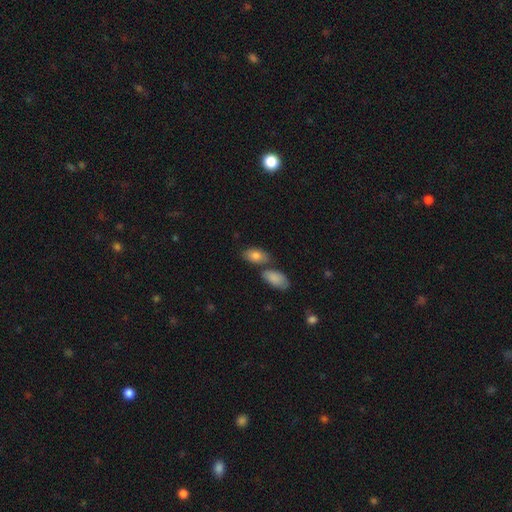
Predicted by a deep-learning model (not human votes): A smooth galaxy with no disk features (82%) that is in between round and cigar-shaped (92%). Merging: none (58%).